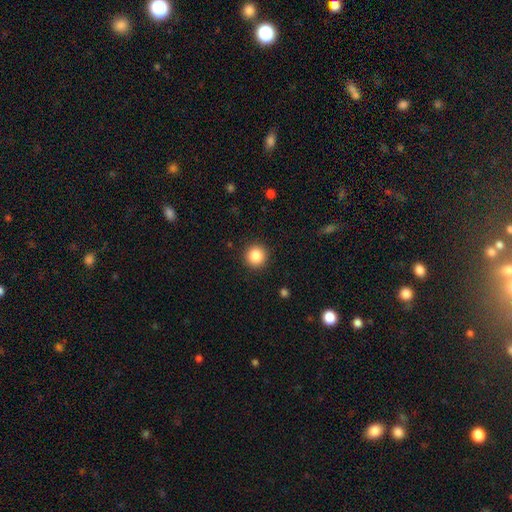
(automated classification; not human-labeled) Smooth or featured? smooth (86%)
How rounded? round (95%)
Merging? none (91%)